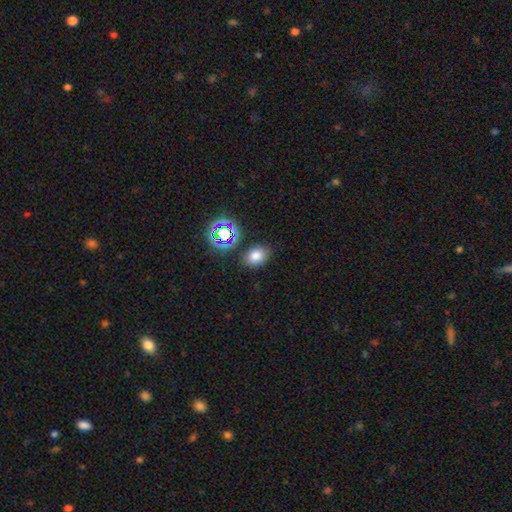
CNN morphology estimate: Smooth or featured? Predicted: smooth (p=0.74). How rounded? Predicted: in between (p=0.68). Merging? Predicted: none (p=0.82).